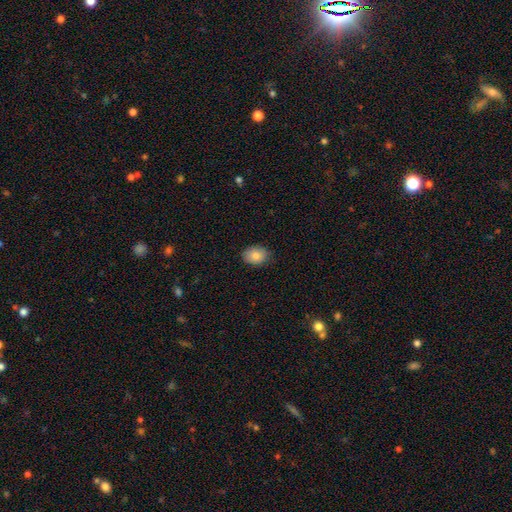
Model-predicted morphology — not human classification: smooth_or_featured: smooth (p=0.83) [alt: featured or disk p=0.09]
how_rounded: in between (p=0.65) [alt: round p=0.34]
merging: none (p=0.82) [alt: minor disturbance p=0.14]